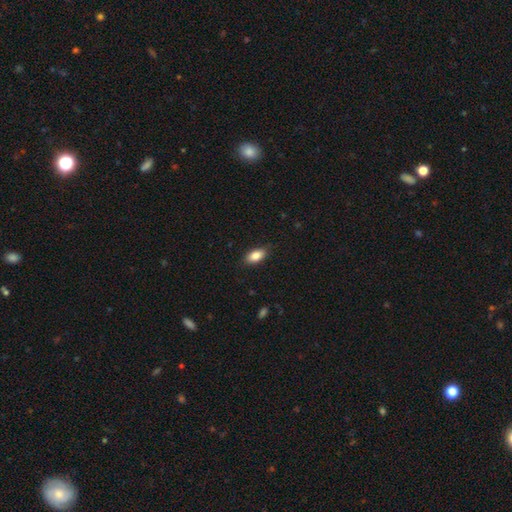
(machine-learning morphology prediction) Overall: smooth (86%). How rounded: in between (90%). Merging: none (85%).